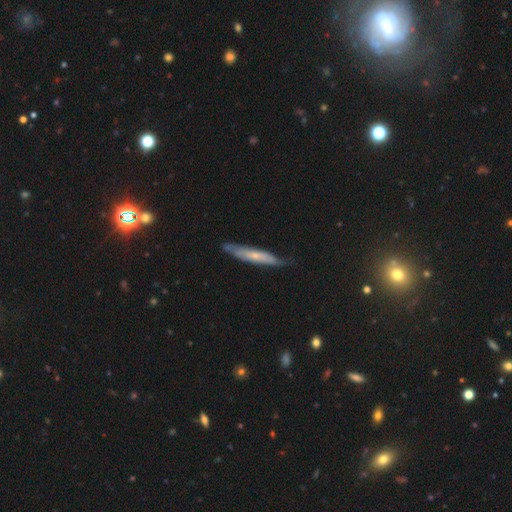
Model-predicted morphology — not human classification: Smooth or featured?
  - featured or disk: 51% *
  - smooth: 43%
  - star or artifact: 6%
Edge-on disk?
  - yes: 67% *
  - no: 33%
Merging?
  - none: 68% *
  - minor disturbance: 25%
  - major disturbance: 5%
  - merger: 2%